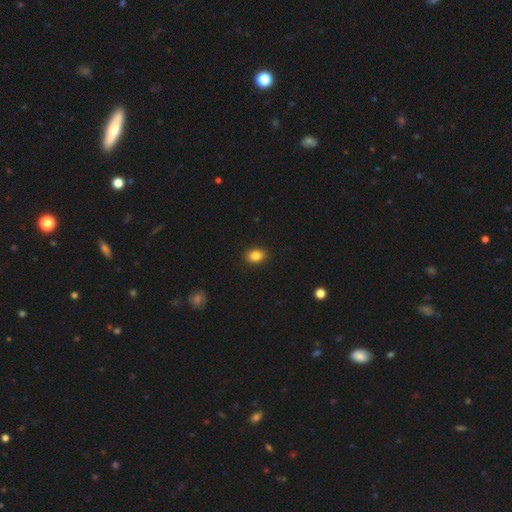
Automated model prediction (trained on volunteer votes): smooth_or_featured: smooth (p=0.84) [alt: star or artifact p=0.10]
how_rounded: in between (p=0.67) [alt: round p=0.32]
merging: none (p=0.90) [alt: minor disturbance p=0.07]